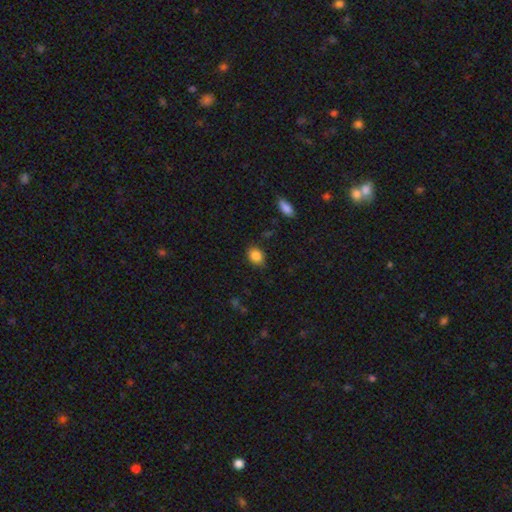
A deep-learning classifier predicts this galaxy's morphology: smooth-or-featured: smooth: 86% | star or artifact: 9% | featured or disk: 5%
  how-rounded: in between: 58% | round: 41% | cigar-shaped: 1%
  merging: none: 78% | minor disturbance: 17% | major disturbance: 3% | merger: 2%